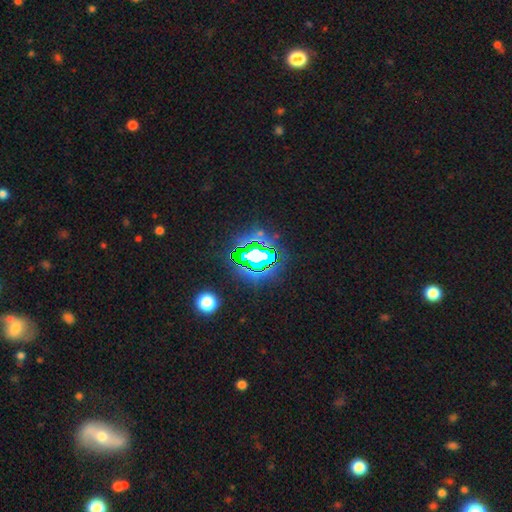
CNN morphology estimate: smooth-or-featured: star or artifact: 74% | smooth: 14% | featured or disk: 12%